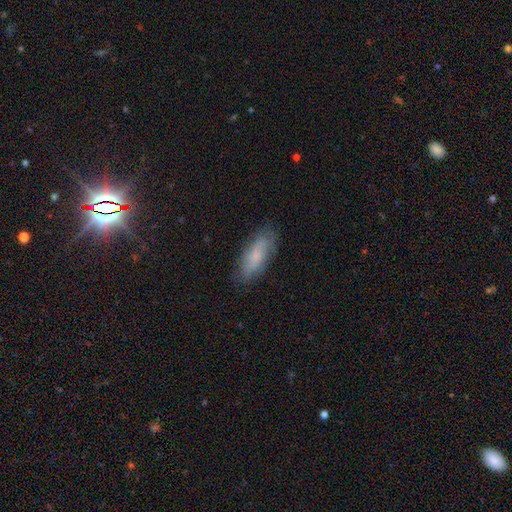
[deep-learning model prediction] Morphology: type=smooth (68%); roundness=in between (71%); merging=none (77%).